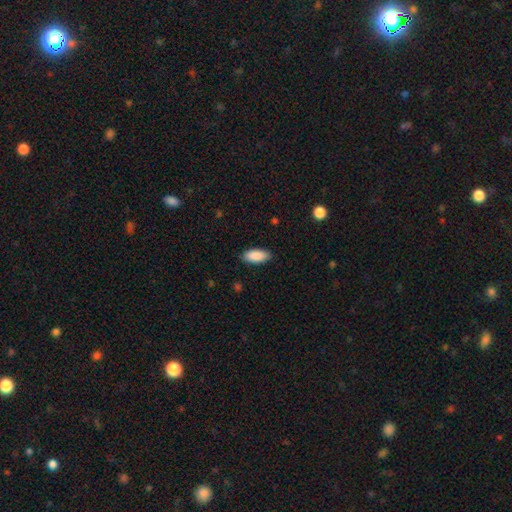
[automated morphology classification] Smooth or featured?
  - smooth: 90% *
  - star or artifact: 6%
  - featured or disk: 4%
How rounded?
  - in between: 87% *
  - cigar-shaped: 11%
  - round: 2%
Merging?
  - none: 87% *
  - minor disturbance: 9%
  - major disturbance: 2%
  - merger: 1%